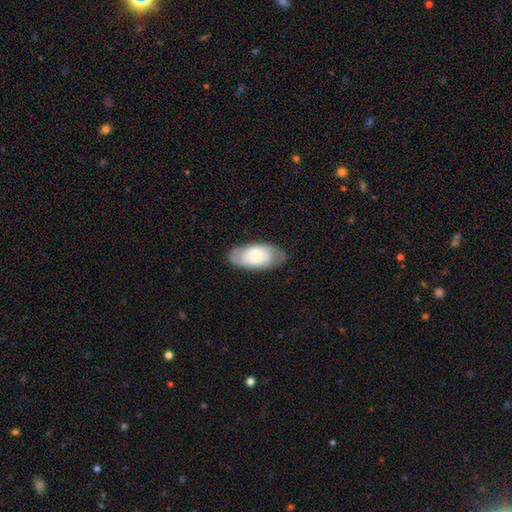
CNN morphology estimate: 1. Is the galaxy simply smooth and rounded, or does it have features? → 52% smooth, 42% featured or disk, 6% star or artifact.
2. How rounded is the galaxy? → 92% in between, 5% cigar-shaped, 3% round.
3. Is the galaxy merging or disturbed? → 76% none, 18% minor disturbance, 5% major disturbance, 1% merger.